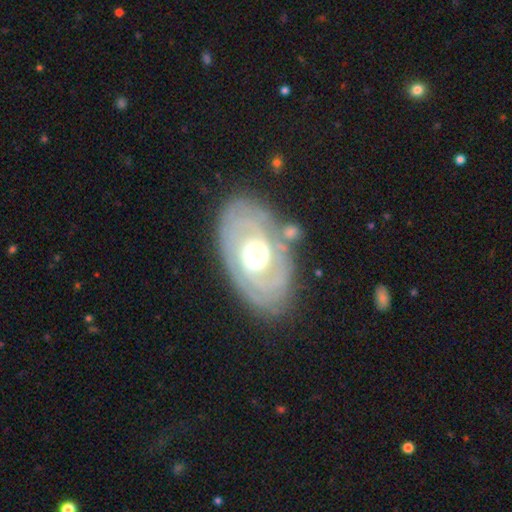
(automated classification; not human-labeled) smooth_or_featured: featured or disk (p=0.80) [alt: smooth p=0.15]
disk_edge_on: no (p=0.94) [alt: yes p=0.06]
bar: no (p=0.70) [alt: weak p=0.23]
has_spiral_arms: yes (p=0.83) [alt: no p=0.17]
spiral_winding: tight (p=0.68) [alt: medium p=0.23]
spiral_arm_count: 2 (p=0.41) [alt: can't tell p=0.34]
bulge_size: moderate (p=0.69) [alt: large p=0.21]
merging: none (p=0.72) [alt: minor disturbance p=0.17]